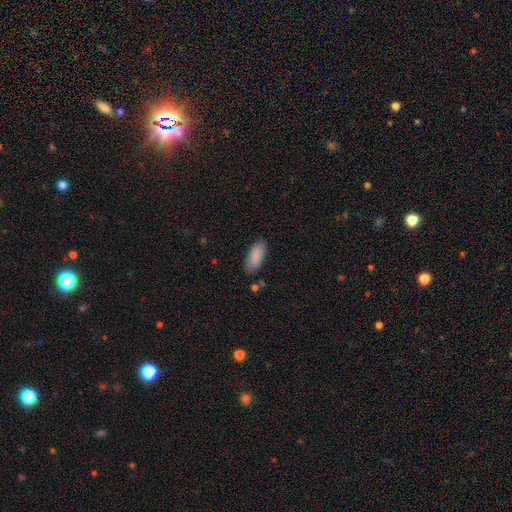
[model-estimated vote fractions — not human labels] Smooth or featured?
  - smooth: 89% *
  - star or artifact: 6%
  - featured or disk: 5%
How rounded?
  - in between: 83% *
  - cigar-shaped: 15%
  - round: 2%
Merging?
  - none: 83% *
  - minor disturbance: 12%
  - major disturbance: 3%
  - merger: 2%